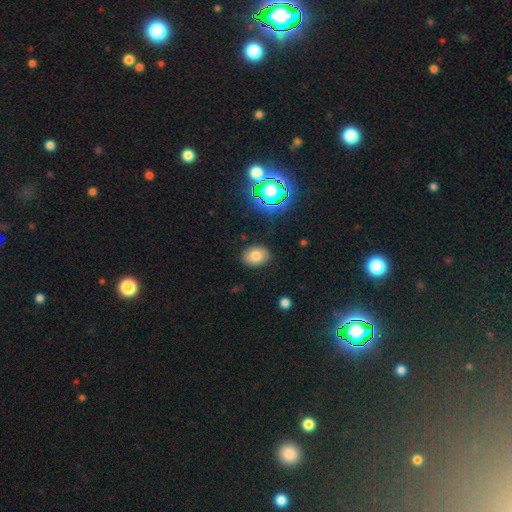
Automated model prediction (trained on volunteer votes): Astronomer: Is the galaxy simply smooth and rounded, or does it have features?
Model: smooth — 76%.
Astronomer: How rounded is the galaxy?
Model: in between — 67%.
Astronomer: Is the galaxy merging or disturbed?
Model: none — 87%.